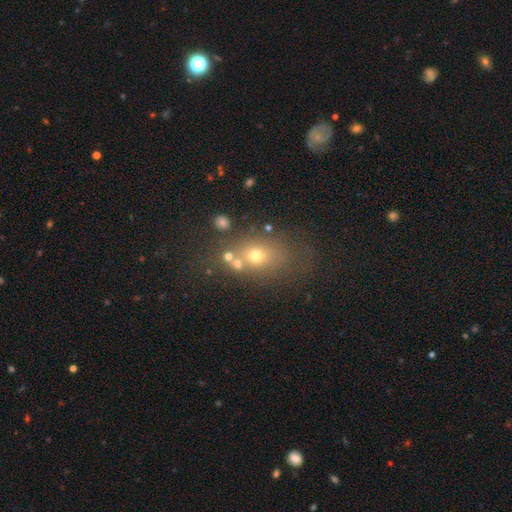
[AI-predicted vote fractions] smooth-or-featured: smooth: 60% | star or artifact: 20% | featured or disk: 20%
  how-rounded: in between: 55% | round: 42% | cigar-shaped: 2%
  merging: none: 56% | merger: 18% | minor disturbance: 16% | major disturbance: 10%